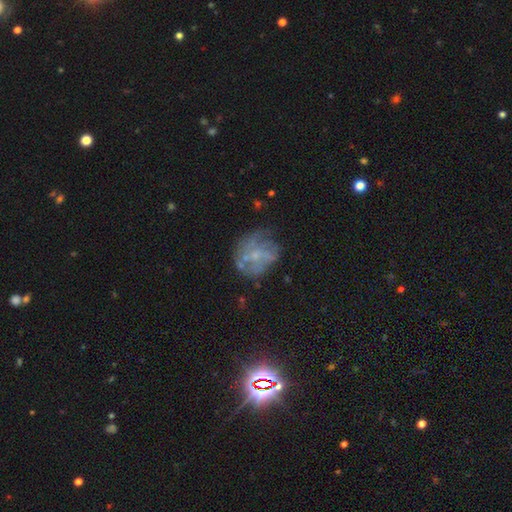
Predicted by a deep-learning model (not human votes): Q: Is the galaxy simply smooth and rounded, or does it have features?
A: featured or disk — 59%.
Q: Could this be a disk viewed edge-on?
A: no — 97%.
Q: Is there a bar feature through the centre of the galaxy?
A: no — 77%.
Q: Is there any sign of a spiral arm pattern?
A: no — 57%.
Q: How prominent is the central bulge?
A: small — 54%.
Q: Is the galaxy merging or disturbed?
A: none — 54%.